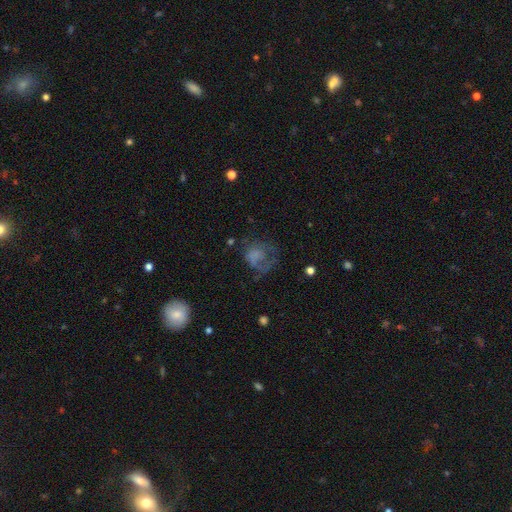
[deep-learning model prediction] Q: Smooth or featured?
A: smooth (54%); runner-up: featured or disk (32%)
Q: How rounded?
A: round (62%); runner-up: in between (37%)
Q: Merging?
A: major disturbance (43%); runner-up: none (33%)